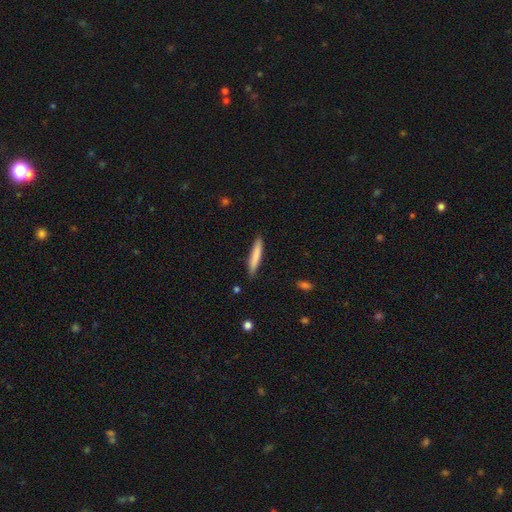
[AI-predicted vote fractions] smooth-or-featured: smooth: 79% | featured or disk: 16% | star or artifact: 6%
  how-rounded: cigar-shaped: 93% | in between: 6% | round: 1%
  merging: none: 87% | minor disturbance: 10% | major disturbance: 2% | merger: 1%